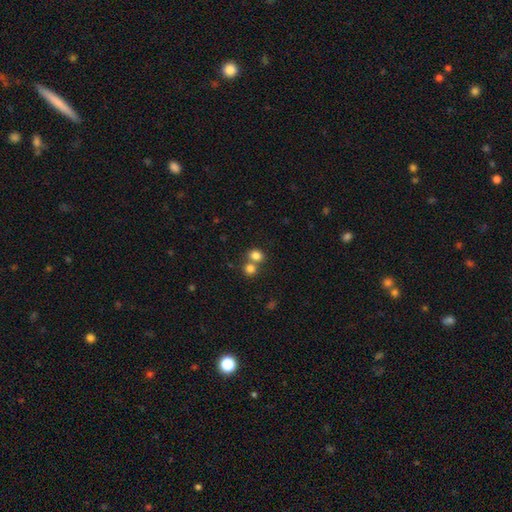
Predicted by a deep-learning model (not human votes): smooth-or-featured: smooth: 80% | star or artifact: 12% | featured or disk: 8%
  how-rounded: round: 63% | in between: 36% | cigar-shaped: 1%
  merging: none: 46% | merger: 44% | minor disturbance: 7% | major disturbance: 3%